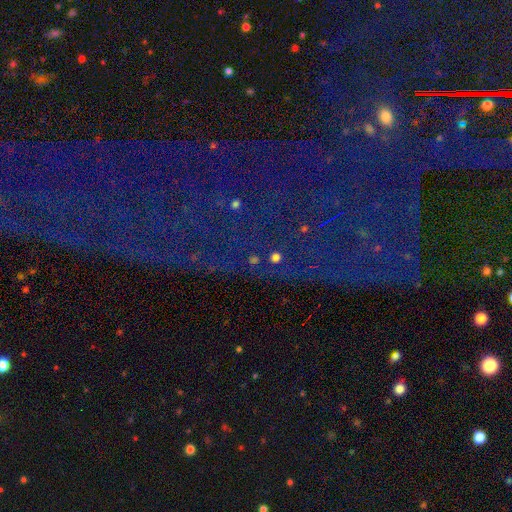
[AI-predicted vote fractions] smooth-or-featured: star or artifact: 82% | smooth: 9% | featured or disk: 9%